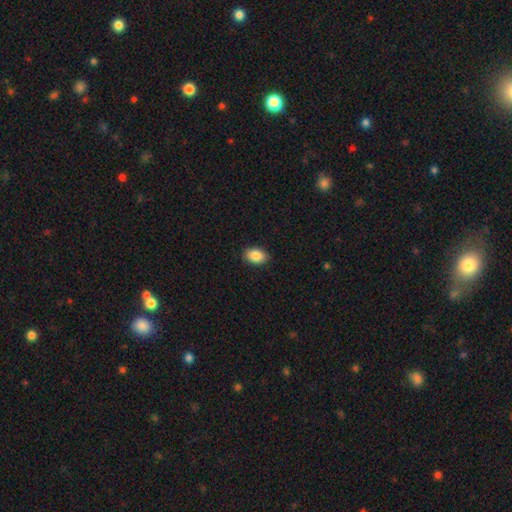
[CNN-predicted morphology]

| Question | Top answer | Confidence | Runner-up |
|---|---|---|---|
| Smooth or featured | smooth | 88% | star or artifact (7%) |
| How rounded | in between | 84% | round (15%) |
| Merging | none | 89% | minor disturbance (8%) |